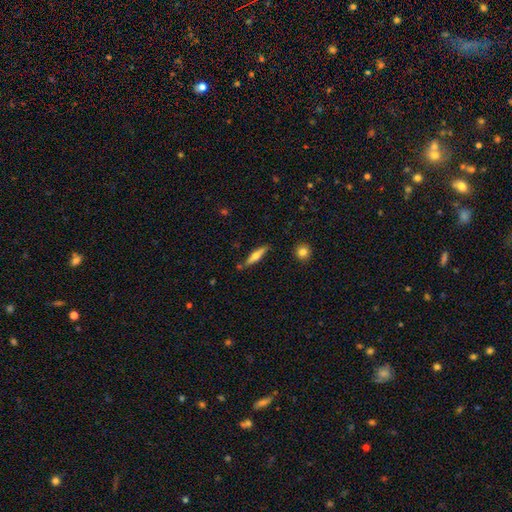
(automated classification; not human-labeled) The model was most divided on "smooth or featured": featured or disk: 51%, smooth: 43%, star or artifact: 6%. More confident: edge-on disk — yes (94%); merging — none (81%).